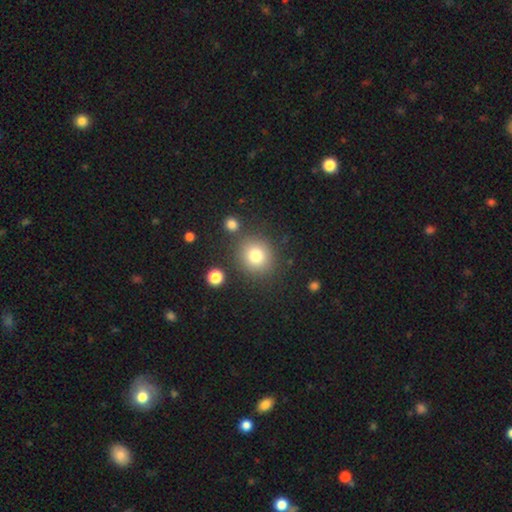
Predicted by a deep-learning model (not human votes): This is likely a smooth galaxy (79%). How rounded: clearly round (88%). Merging: clearly none (81%).